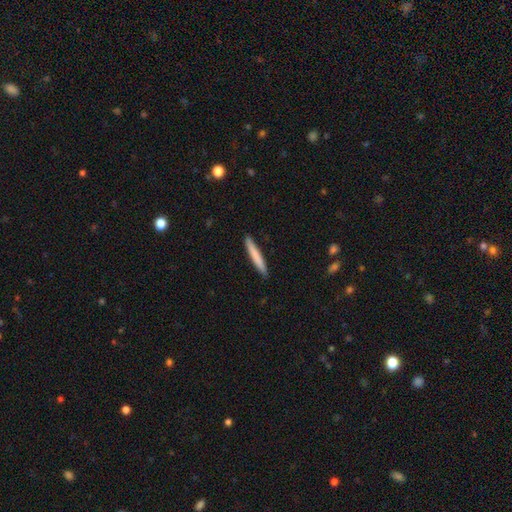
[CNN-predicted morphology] Q: Smooth or featured?
A: smooth (77%); runner-up: featured or disk (18%)
Q: How rounded?
A: cigar-shaped (95%); runner-up: in between (4%)
Q: Merging?
A: none (90%); runner-up: minor disturbance (7%)